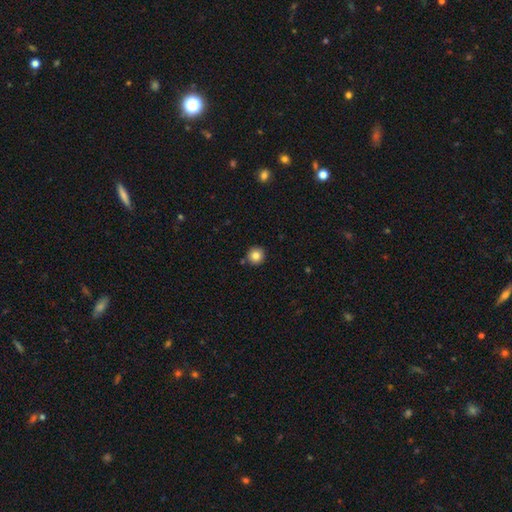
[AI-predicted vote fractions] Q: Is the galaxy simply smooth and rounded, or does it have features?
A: smooth — 83%.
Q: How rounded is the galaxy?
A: round — 95%.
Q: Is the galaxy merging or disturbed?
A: none — 87%.